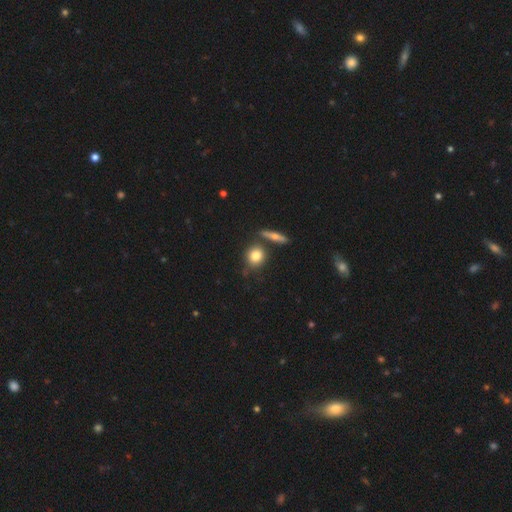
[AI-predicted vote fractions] smooth 79%, featured or disk 12%, star or artifact 9%. Down the decision tree: how rounded — round (78%); merging — none (71%).